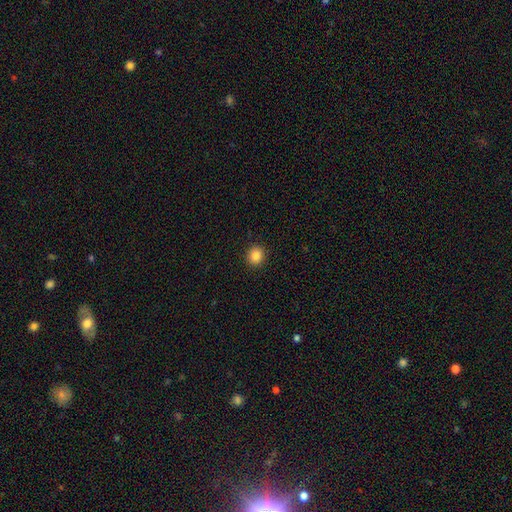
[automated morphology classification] A smooth galaxy with no disk features (85%) that is round (82%). Merging: none (92%).